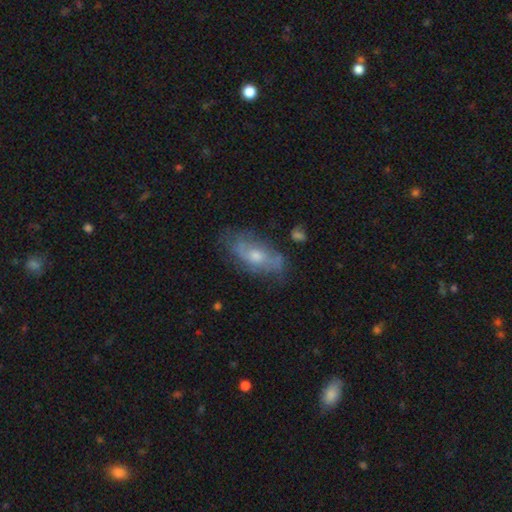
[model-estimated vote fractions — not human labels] This appears to be a featured or disk galaxy (55%). Merging: none (61%).